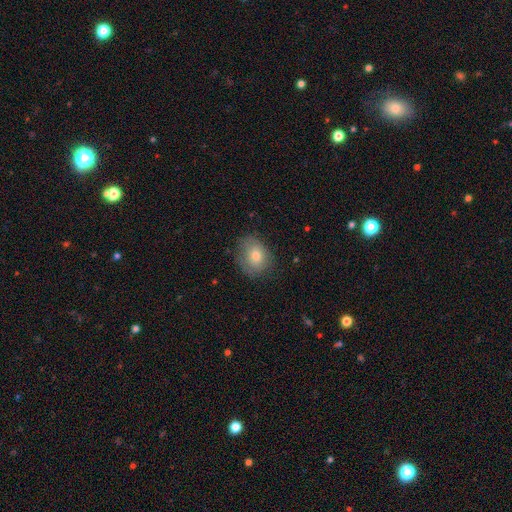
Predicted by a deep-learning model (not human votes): This appears to be a smooth galaxy with no disk features (74%) that is in between round and cigar-shaped (50%). Merging: none (73%).